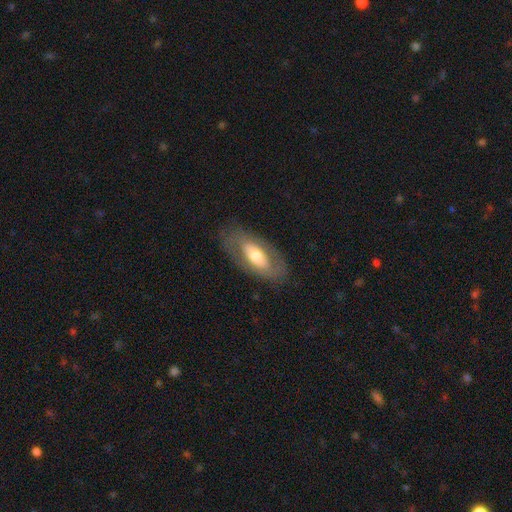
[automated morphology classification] Q: Smooth or featured?
A: featured or disk (50%); runner-up: smooth (45%)
Q: Merging?
A: none (78%); runner-up: minor disturbance (14%)